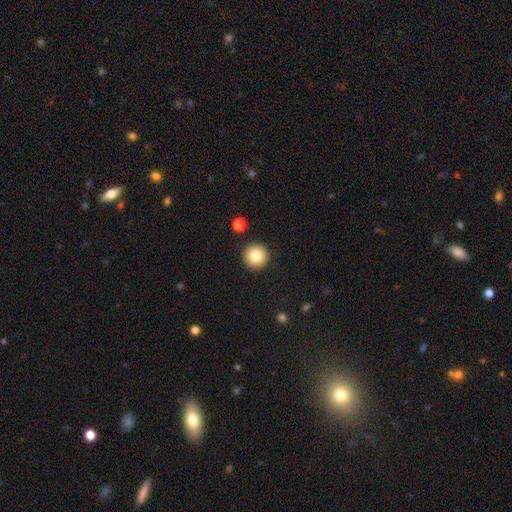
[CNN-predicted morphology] A smooth galaxy with no disk features (81%) that is round (96%). Merging: none (92%).